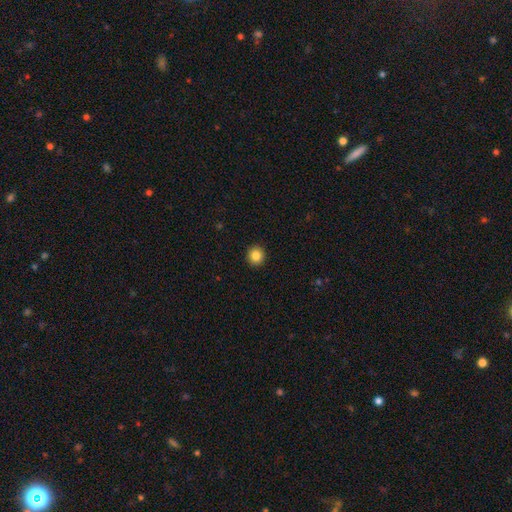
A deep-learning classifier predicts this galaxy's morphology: The model was most divided on "smooth or featured": smooth: 84%, star or artifact: 10%, featured or disk: 6%. More confident: merging — none (93%); how rounded — round (92%).